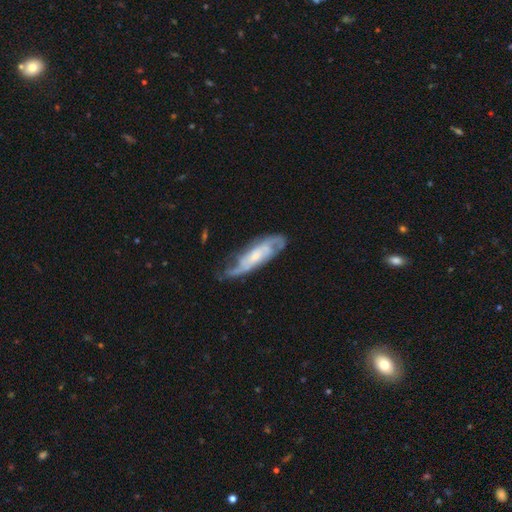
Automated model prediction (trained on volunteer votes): The model was most divided on "spiral winding": medium: 43%, tight: 38%, loose: 20%. Remaining: spiral arms — yes (92%); edge-on disk — no (80%); smooth or featured — featured or disk (75%); merging — none (60%); bar — no (60%); spiral arm count — 2 (47%); bulge size — small (45%).